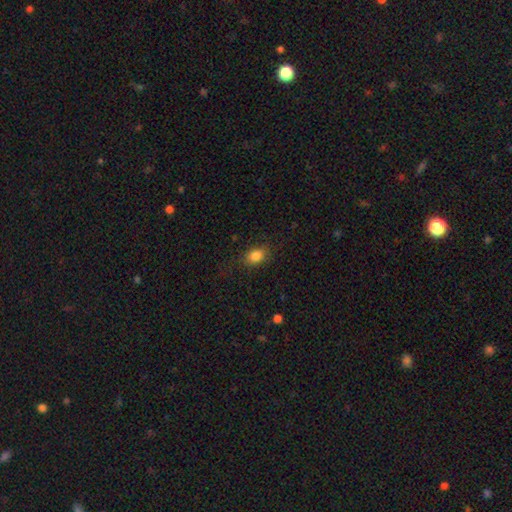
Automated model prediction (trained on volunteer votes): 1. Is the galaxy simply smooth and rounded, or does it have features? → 85% smooth, 10% star or artifact, 6% featured or disk.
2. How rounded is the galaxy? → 70% in between, 29% round, 2% cigar-shaped.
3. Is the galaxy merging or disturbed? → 82% none, 13% minor disturbance, 5% major disturbance, 1% merger.